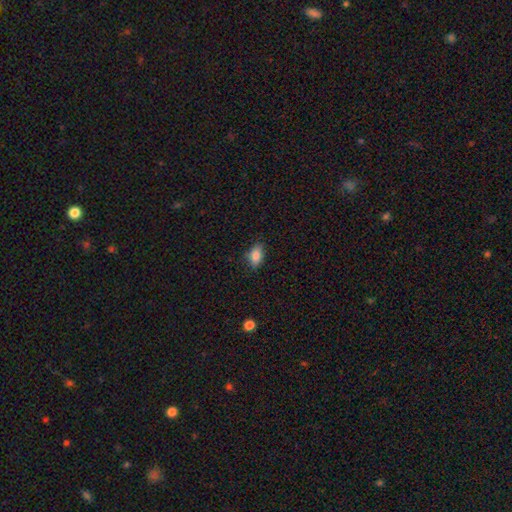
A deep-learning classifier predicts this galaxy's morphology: Q: Smooth or featured?
A: smooth (84%); runner-up: star or artifact (9%)
Q: How rounded?
A: in between (87%); runner-up: round (8%)
Q: Merging?
A: none (80%); runner-up: minor disturbance (16%)